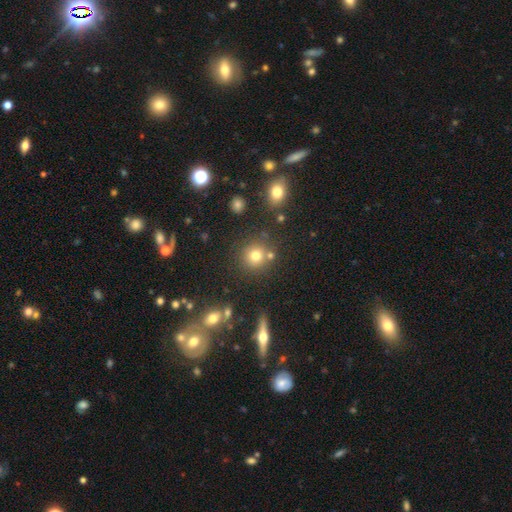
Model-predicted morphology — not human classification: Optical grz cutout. It shows a smooth galaxy with no disk features (75%) that is round (90%). Merging: none (76%).